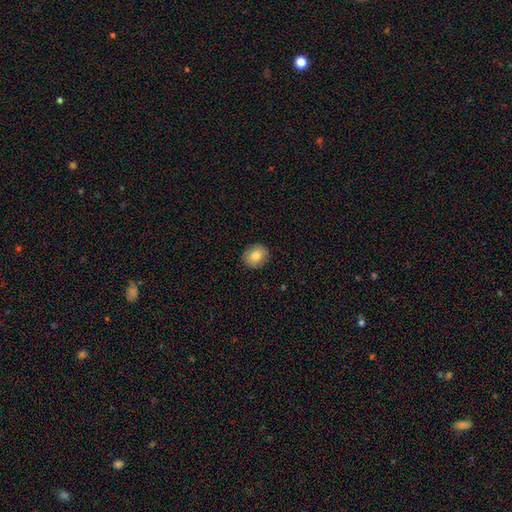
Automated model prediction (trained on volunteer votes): Overall: smooth (83%). How rounded: round (67%; in between 32%). Merging: none (89%).